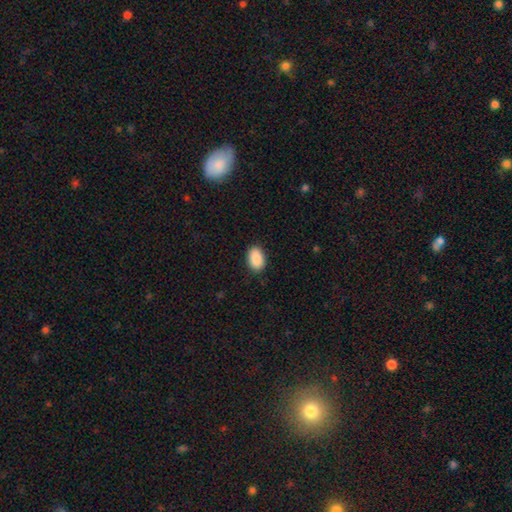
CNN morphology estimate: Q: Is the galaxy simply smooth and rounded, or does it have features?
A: smooth — 90%.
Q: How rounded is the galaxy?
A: in between — 89%.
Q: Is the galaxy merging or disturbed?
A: none — 89%.